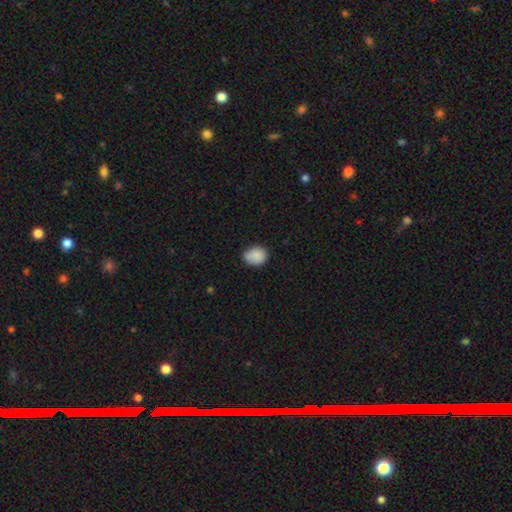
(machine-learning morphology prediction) This appears to be a smooth galaxy with no disk features (86%) that is round (53%). Merging: none (69%).